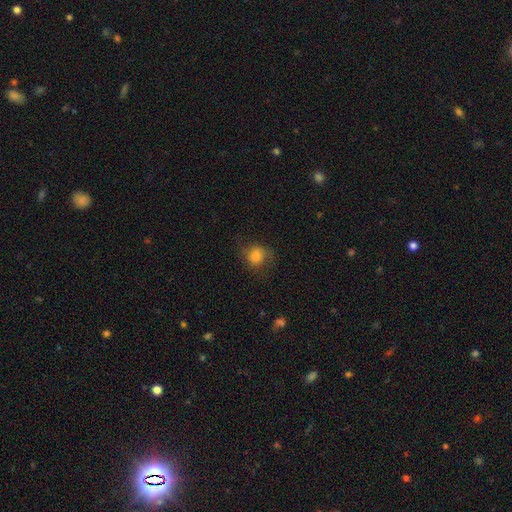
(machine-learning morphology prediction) Q: Smooth or featured?
A: smooth (77%); runner-up: featured or disk (12%)
Q: How rounded?
A: round (74%); runner-up: in between (25%)
Q: Merging?
A: none (67%); runner-up: minor disturbance (21%)